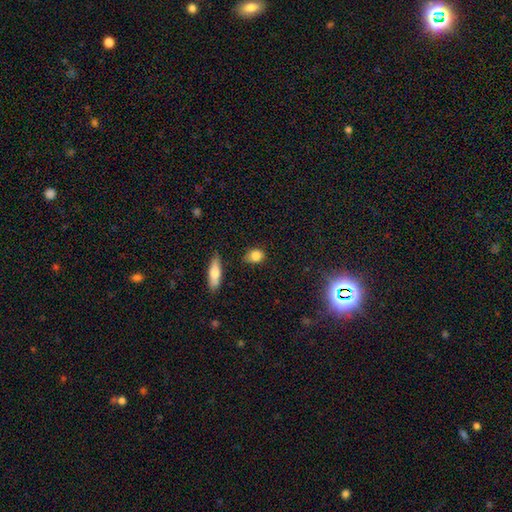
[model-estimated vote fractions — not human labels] Smooth or featured? Predicted: smooth (p=0.83). How rounded? Predicted: round (p=0.50). Merging? Predicted: none (p=0.78).